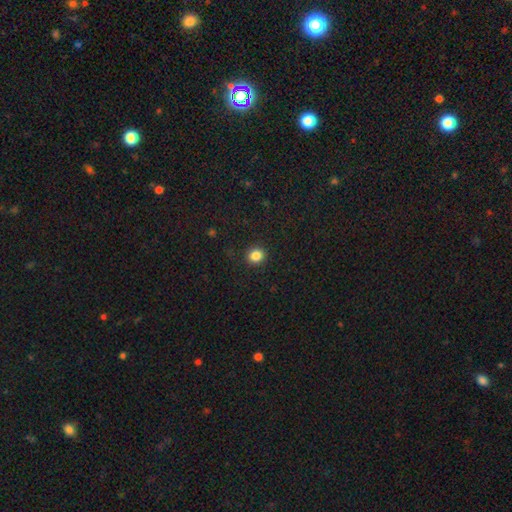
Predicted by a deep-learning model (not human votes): Smooth or featured? Predicted: smooth (p=0.85). How rounded? Predicted: round (p=0.83). Merging? Predicted: none (p=0.91).